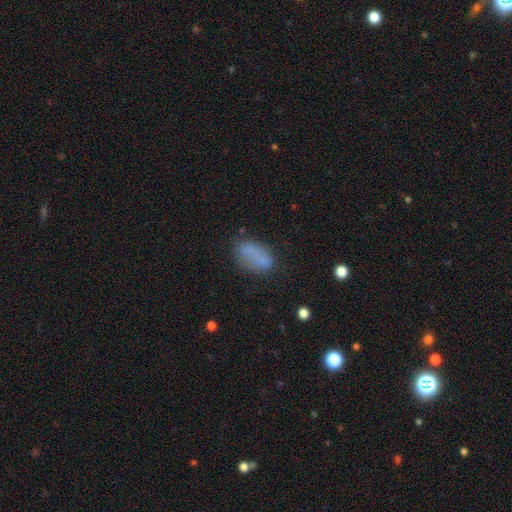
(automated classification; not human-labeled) Q: Smooth or featured?
A: smooth (75%); runner-up: featured or disk (14%)
Q: How rounded?
A: in between (88%); runner-up: round (7%)
Q: Merging?
A: none (62%); runner-up: minor disturbance (22%)